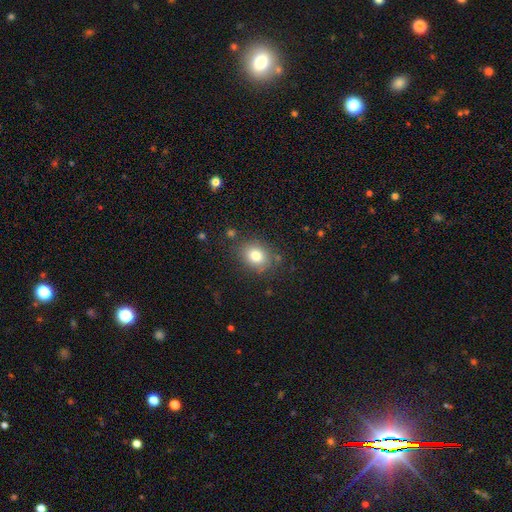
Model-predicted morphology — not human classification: Q: Smooth or featured?
A: smooth (80%); runner-up: star or artifact (11%)
Q: How rounded?
A: round (54%); runner-up: in between (45%)
Q: Merging?
A: none (80%); runner-up: minor disturbance (12%)